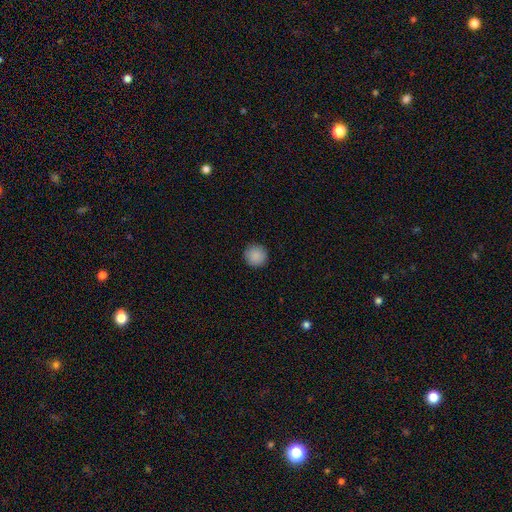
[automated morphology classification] Smooth or featured: smooth — 89% (star or artifact — 8%)
How rounded: round — 96% (in between — 3%)
Merging: none — 92% (minor disturbance — 5%)